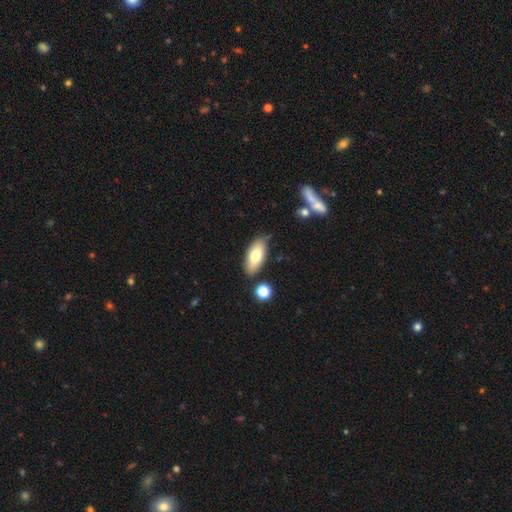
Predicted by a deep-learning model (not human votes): smooth-or-featured: smooth: 75% | featured or disk: 18% | star or artifact: 7%
  how-rounded: in between: 88% | cigar-shaped: 9% | round: 3%
  merging: none: 75% | minor disturbance: 17% | merger: 5% | major disturbance: 3%